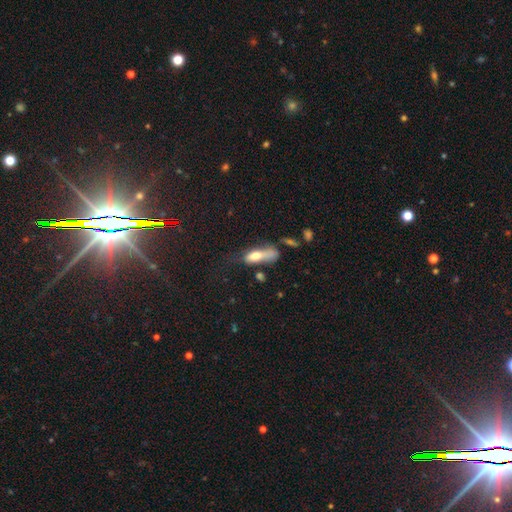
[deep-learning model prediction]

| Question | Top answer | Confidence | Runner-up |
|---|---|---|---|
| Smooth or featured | smooth | 69% | featured or disk (22%) |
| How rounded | in between | 68% | cigar-shaped (28%) |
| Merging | major disturbance | 32% | none (26%) |